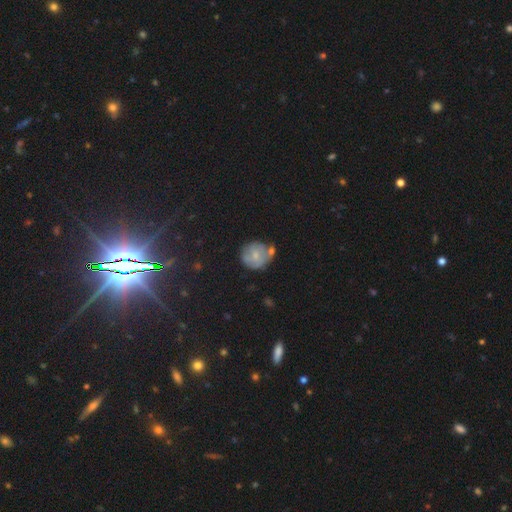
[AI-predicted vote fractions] A smooth galaxy with no disk features (58%) that is round (83%). Merging: none (49%).